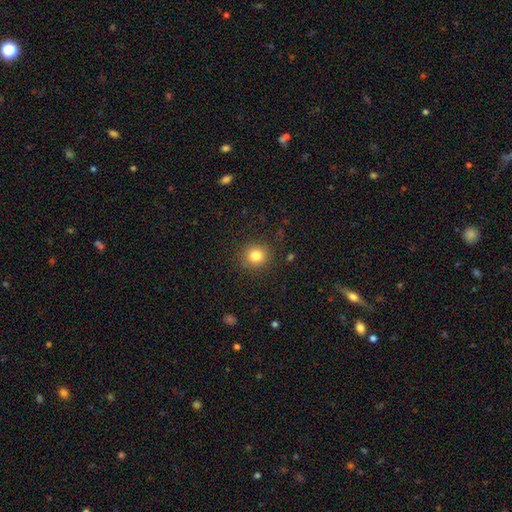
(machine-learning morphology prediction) A smooth galaxy with no disk features (83%) that is round (89%). Merging: none (88%).